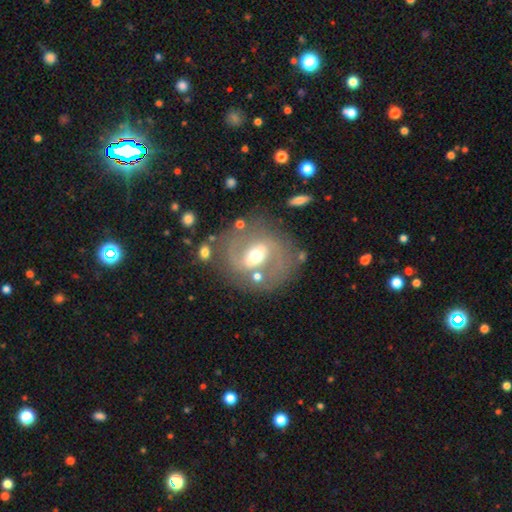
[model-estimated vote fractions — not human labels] Smooth or featured? Predicted: featured or disk (p=0.67). Edge-on disk? Predicted: no (p=0.95). Bar? Predicted: weak (p=0.42). Spiral arms? Predicted: yes (p=0.56). Bulge size? Predicted: moderate (p=0.70). Merging? Predicted: none (p=0.69).